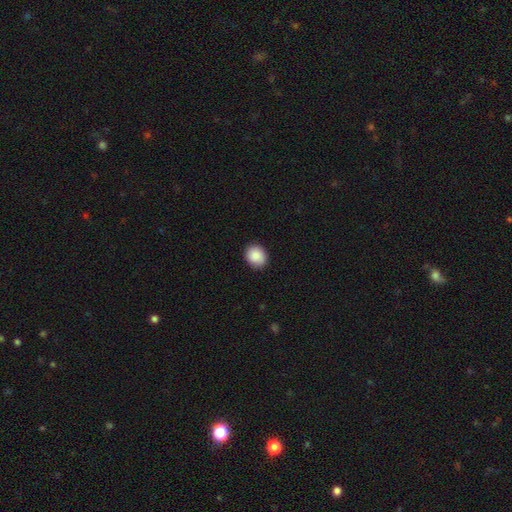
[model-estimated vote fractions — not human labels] This is clearly a smooth galaxy (88%). How rounded: likely round (62%). Merging: clearly none (90%).